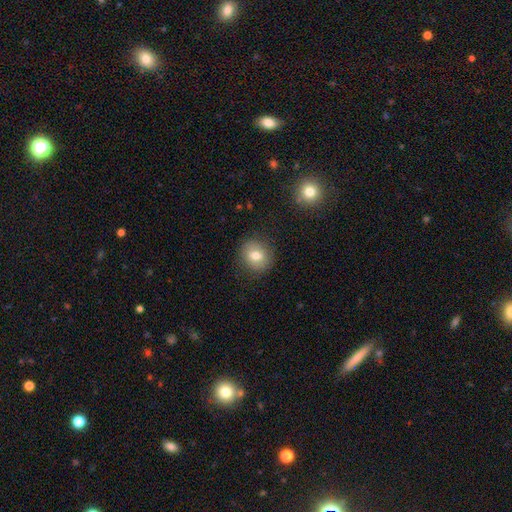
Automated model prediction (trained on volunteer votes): Morphology: type=smooth (75%); roundness=round (78%); merging=none (85%).